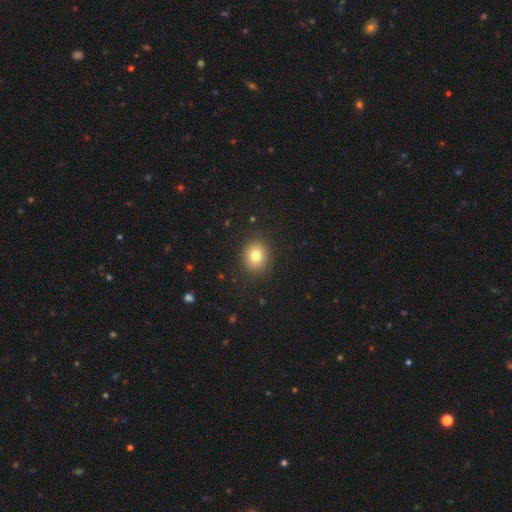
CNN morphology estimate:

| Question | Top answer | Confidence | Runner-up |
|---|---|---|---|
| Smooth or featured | smooth | 80% | star or artifact (11%) |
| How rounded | round | 76% | in between (23%) |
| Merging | none | 90% | minor disturbance (7%) |